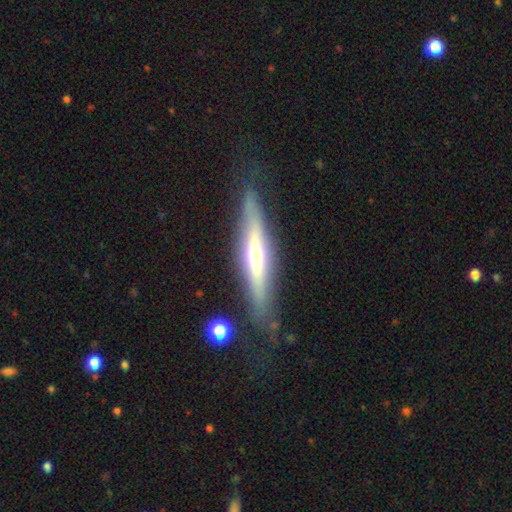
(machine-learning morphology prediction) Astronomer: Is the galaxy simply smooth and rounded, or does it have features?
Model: featured or disk — 65%.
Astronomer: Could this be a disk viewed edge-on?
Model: yes — 89%.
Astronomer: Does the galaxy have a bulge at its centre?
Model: rounded — 79%.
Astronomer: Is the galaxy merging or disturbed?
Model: none — 75%.